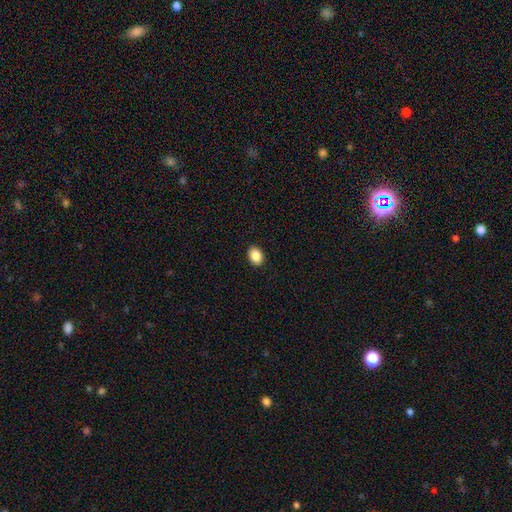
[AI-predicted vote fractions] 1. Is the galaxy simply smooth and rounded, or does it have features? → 87% smooth, 9% star or artifact, 4% featured or disk.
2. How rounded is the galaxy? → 69% in between, 30% round, 1% cigar-shaped.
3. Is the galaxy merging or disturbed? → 90% none, 7% minor disturbance, 2% major disturbance, 1% merger.